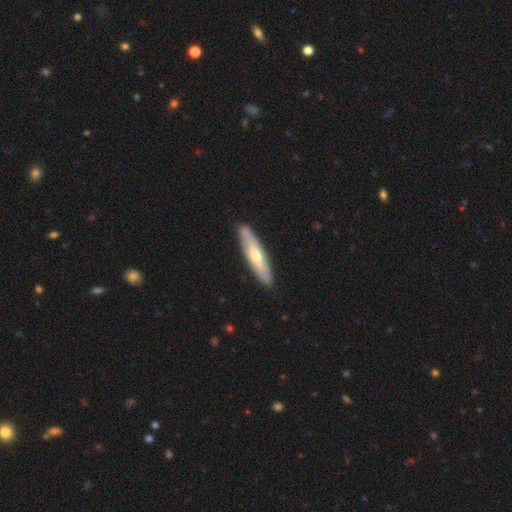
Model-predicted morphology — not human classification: type=featured or disk (50%); edge-on=yes (65%); merging=none (88%).